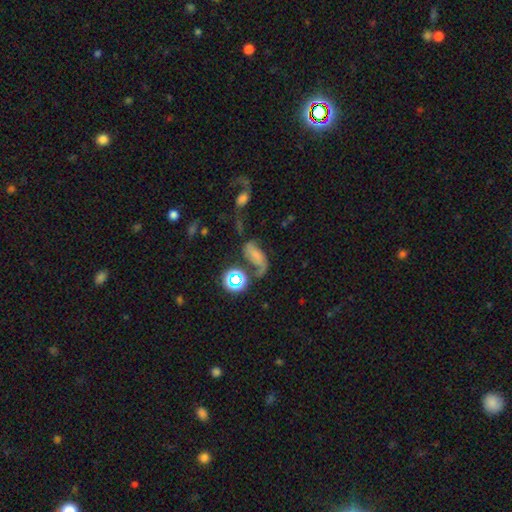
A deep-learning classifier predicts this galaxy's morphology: A featured or disk galaxy (44%). Merging: none (38%).